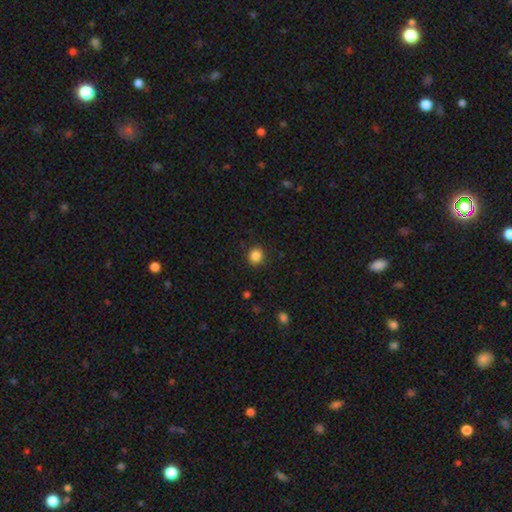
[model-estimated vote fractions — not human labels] Overall: smooth (85%). How rounded: round (88%). Merging: none (90%).